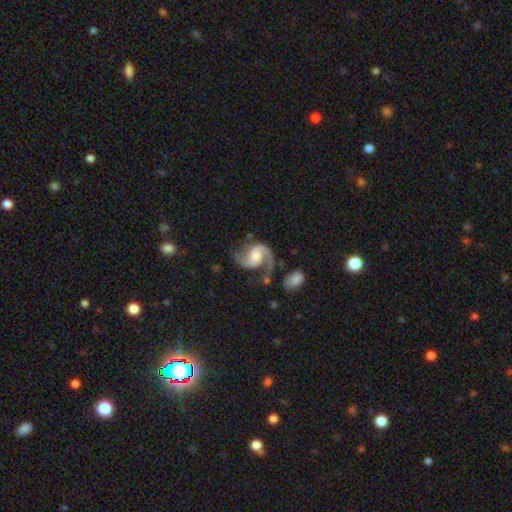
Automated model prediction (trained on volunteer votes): The model was most divided on "bar": no: 48%, weak: 40%, strong: 12%. Remaining: edge-on disk — no (98%); spiral arms — yes (97%); smooth or featured — featured or disk (88%); spiral arm count — 2 (84%); merging — none (54%); bulge size — moderate (52%); spiral winding — medium (49%).